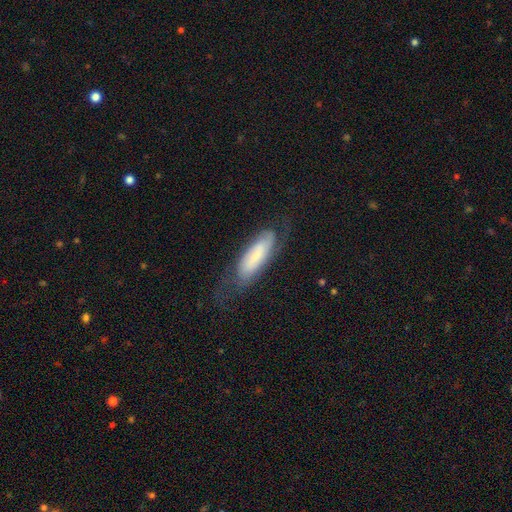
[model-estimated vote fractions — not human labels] Smooth or featured? featured or disk (50%)
Merging? none (61%)